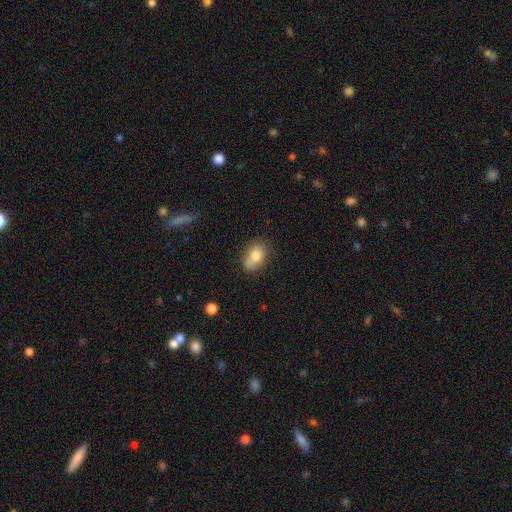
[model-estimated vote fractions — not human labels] Smooth or featured? smooth (78%)
How rounded? in between (78%)
Merging? none (58%)